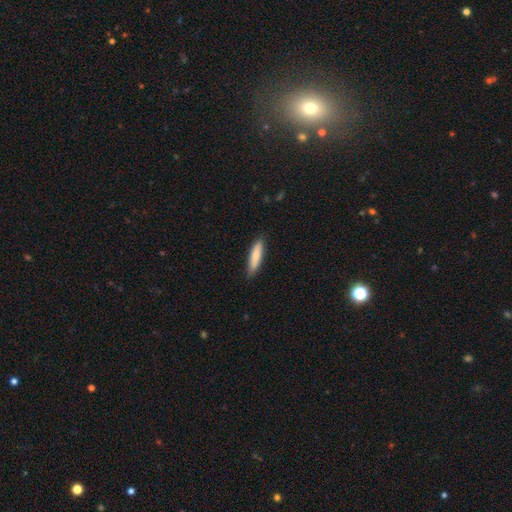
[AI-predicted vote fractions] A smooth galaxy with no disk features (82%) that is cigar-shaped (75%). Merging: none (84%).